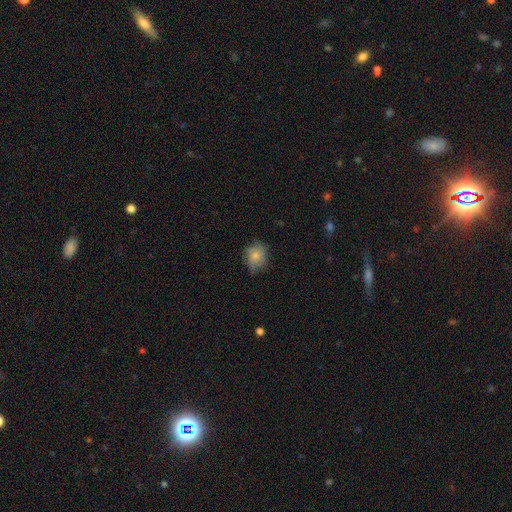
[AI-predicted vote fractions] This is likely a smooth galaxy (79%). How rounded: likely round (66%). Merging: likely none (66%).